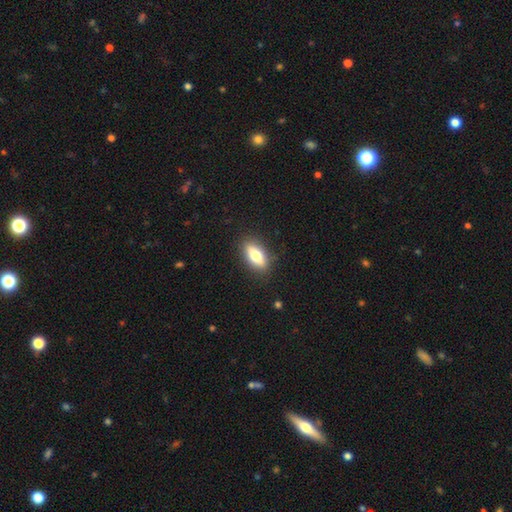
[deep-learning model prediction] Smooth or featured?
  - smooth: 69% *
  - featured or disk: 24%
  - star or artifact: 7%
How rounded?
  - in between: 79% *
  - cigar-shaped: 17%
  - round: 4%
Merging?
  - none: 87% *
  - minor disturbance: 10%
  - major disturbance: 3%
  - merger: 1%